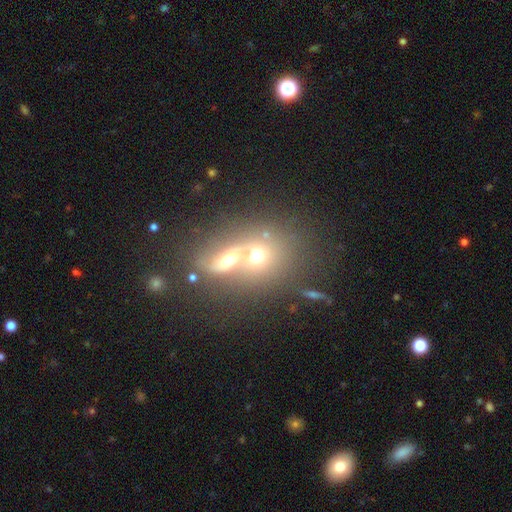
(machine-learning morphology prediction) Overall: smooth (48%; featured or disk 32%). Merging: merger (72%).